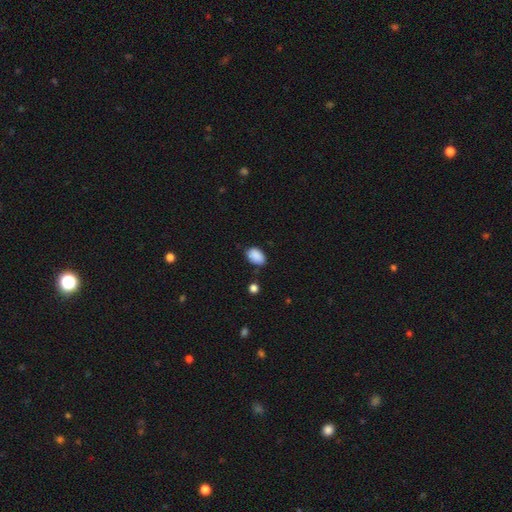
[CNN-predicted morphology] Overall: smooth (89%). How rounded: in between (88%). Merging: none (73%).